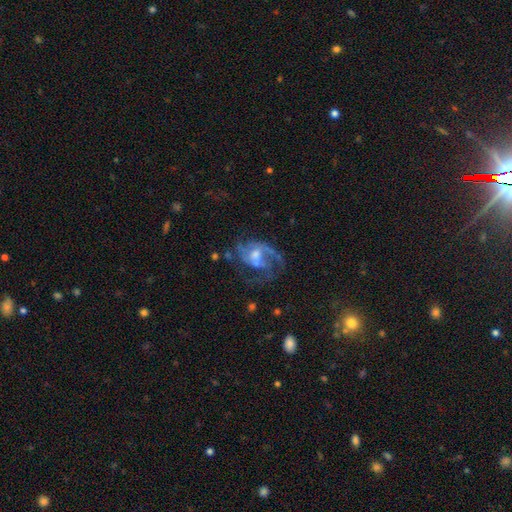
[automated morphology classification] type=featured or disk (81%); edge-on=no (97%); bar=no (53%); spiral arms=yes (88%); winding=medium (48%); arm count=2 (38%); bulge=moderate (54%); merging=none (44%).